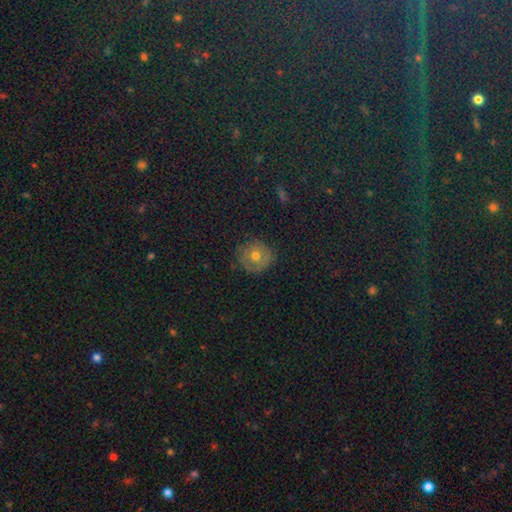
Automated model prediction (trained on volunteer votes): Morphology: type=smooth (52%); roundness=round (91%); merging=none (80%).